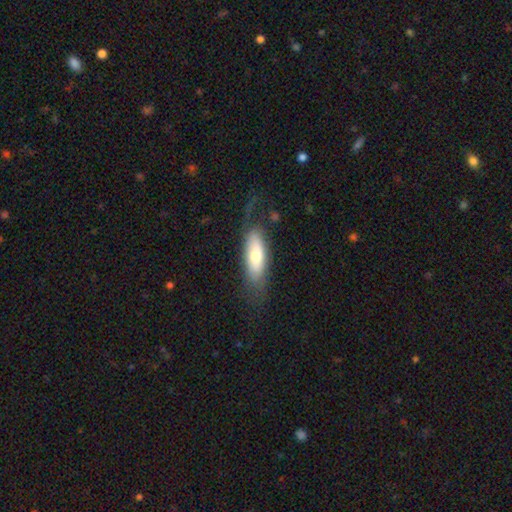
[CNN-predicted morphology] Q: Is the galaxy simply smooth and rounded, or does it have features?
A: smooth — 62%.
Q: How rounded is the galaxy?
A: in between — 65%.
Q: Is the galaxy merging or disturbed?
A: none — 62%.